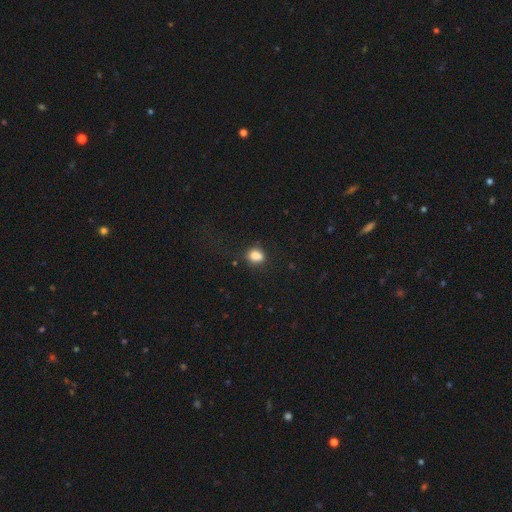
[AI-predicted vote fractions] Overall: smooth (82%). How rounded: round (50%; in between 49%). Merging: none (63%).